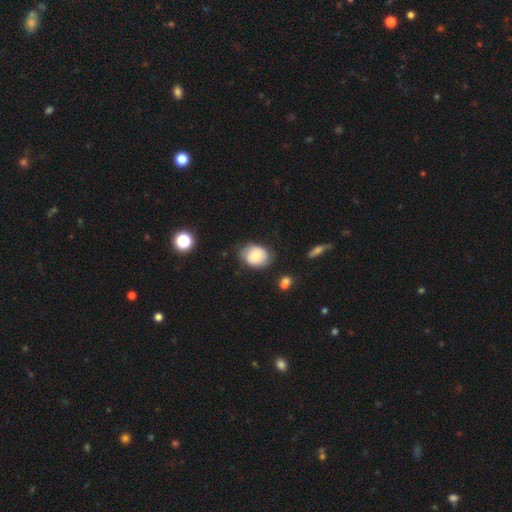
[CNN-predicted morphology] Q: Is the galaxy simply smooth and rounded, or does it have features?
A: smooth — 70%.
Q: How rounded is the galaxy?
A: in between — 58%.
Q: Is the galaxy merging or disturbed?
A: none — 70%.